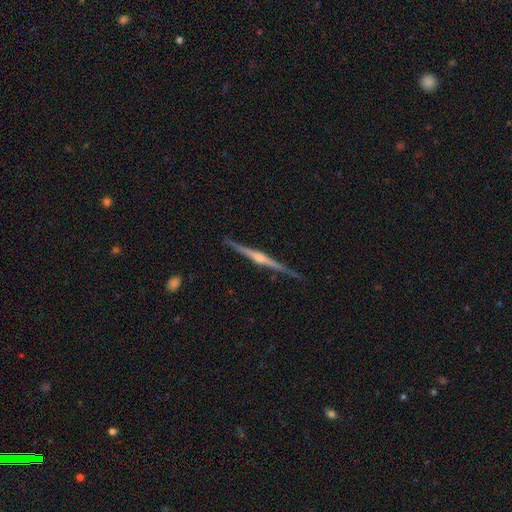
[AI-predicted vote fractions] A featured or disk galaxy (83%) viewed edge-on (98%) with a rounded central bulge (81%).

Vote fractions:
- Smooth or featured? featured or disk: 83% / smooth: 10% / star or artifact: 6%
- Edge-on disk? yes: 98% / no: 2%
- Edge-on bulge? rounded: 81% / none: 12% / boxy: 8%
- Merging? none: 89% / minor disturbance: 8% / major disturbance: 2% / merger: 1%